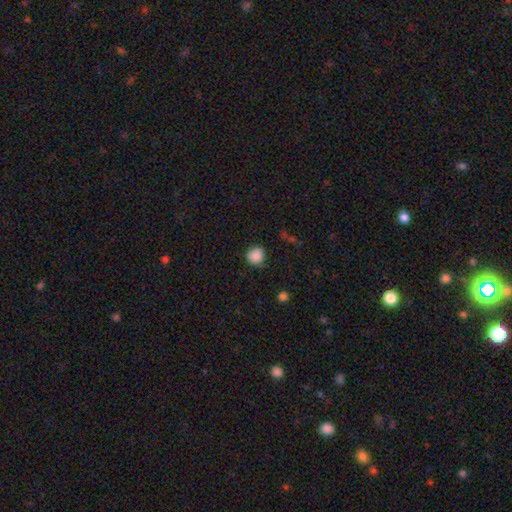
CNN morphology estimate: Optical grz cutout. It shows a smooth galaxy with no disk features (87%) that is round (89%). Merging: none (84%).